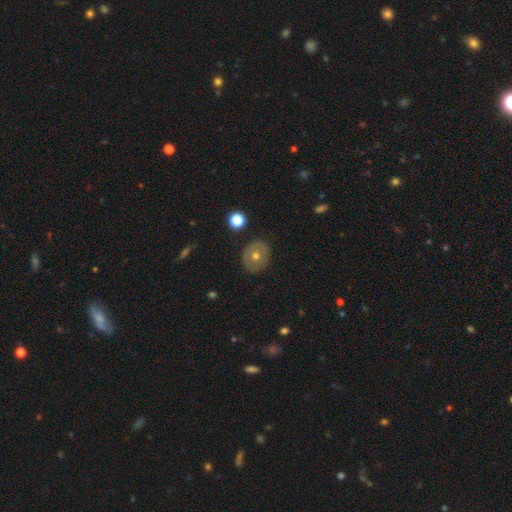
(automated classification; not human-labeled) featured or disk 46% (tied), smooth 46% (tied), star or artifact 9%. Down the decision tree: merging — none (86%).